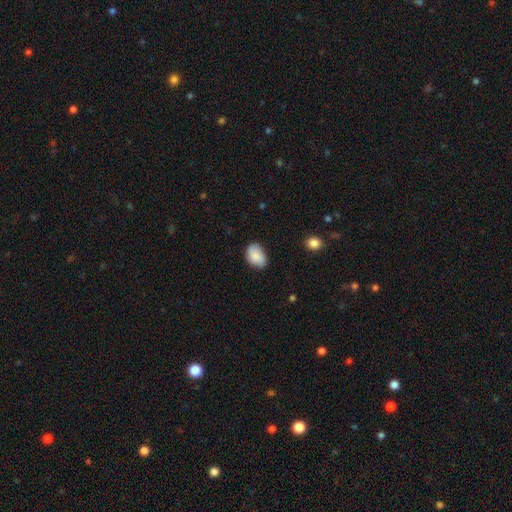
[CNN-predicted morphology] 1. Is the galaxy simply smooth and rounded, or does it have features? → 85% smooth, 8% featured or disk, 7% star or artifact.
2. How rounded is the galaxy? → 84% in between, 14% round, 1% cigar-shaped.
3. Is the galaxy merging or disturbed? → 74% none, 21% minor disturbance, 4% major disturbance, 1% merger.